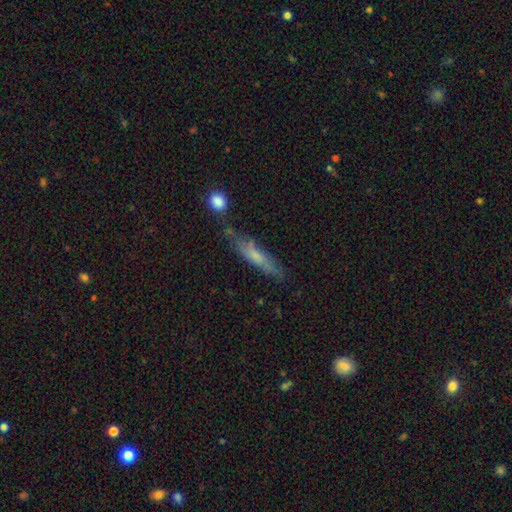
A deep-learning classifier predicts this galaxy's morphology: smooth-or-featured: smooth: 58% | featured or disk: 34% | star or artifact: 8%
  how-rounded: cigar-shaped: 84% | in between: 13% | round: 2%
  merging: none: 67% | minor disturbance: 20% | merger: 7% | major disturbance: 5%